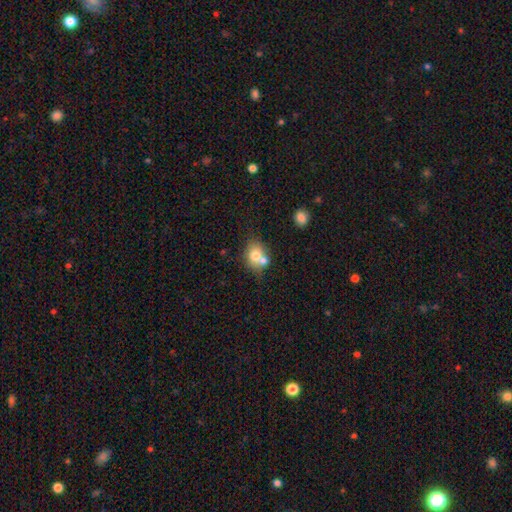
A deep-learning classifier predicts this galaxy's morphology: This is likely a smooth galaxy (72%). How rounded: possibly round (58%). Merging: marginally none (43%).